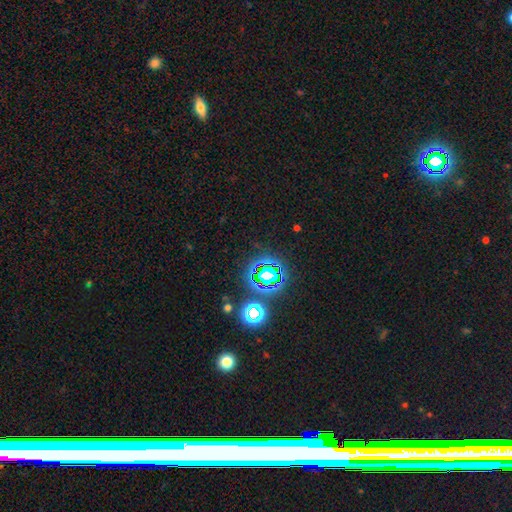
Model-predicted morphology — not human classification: Q: Smooth or featured?
A: star or artifact (62%); runner-up: smooth (22%)